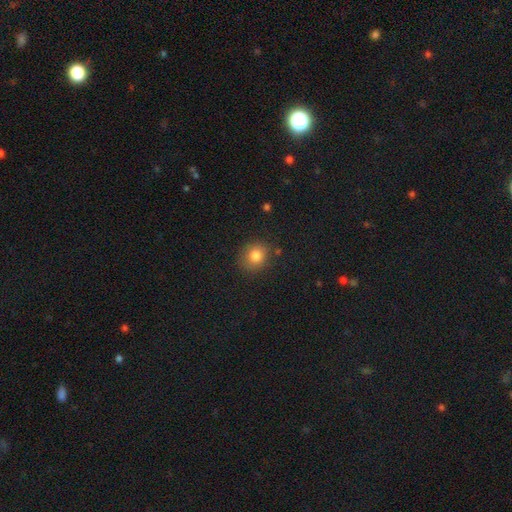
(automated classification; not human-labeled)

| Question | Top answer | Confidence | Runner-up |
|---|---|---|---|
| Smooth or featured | smooth | 82% | star or artifact (12%) |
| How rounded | round | 75% | in between (24%) |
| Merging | none | 83% | minor disturbance (12%) |